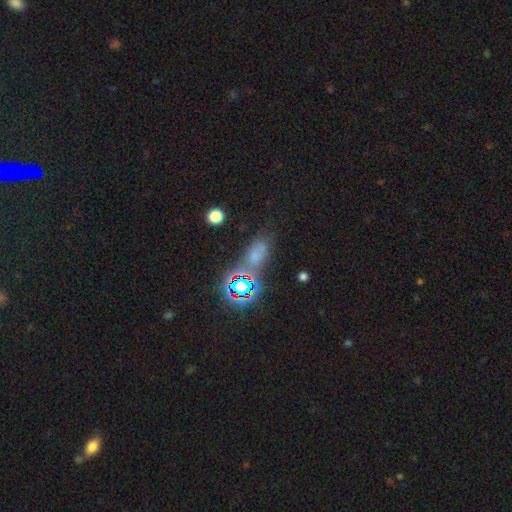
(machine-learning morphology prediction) Overall: smooth (51%; star or artifact 37%). How rounded: in between (78%). Merging: none (56%; minor disturbance 20%).